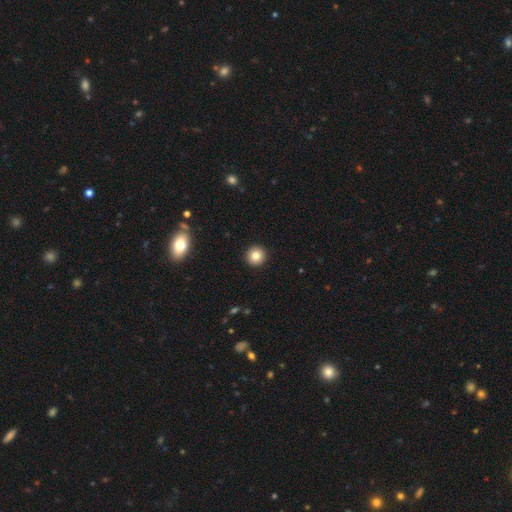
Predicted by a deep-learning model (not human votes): A smooth galaxy with no disk features (84%) that is round (95%). Merging: none (93%).